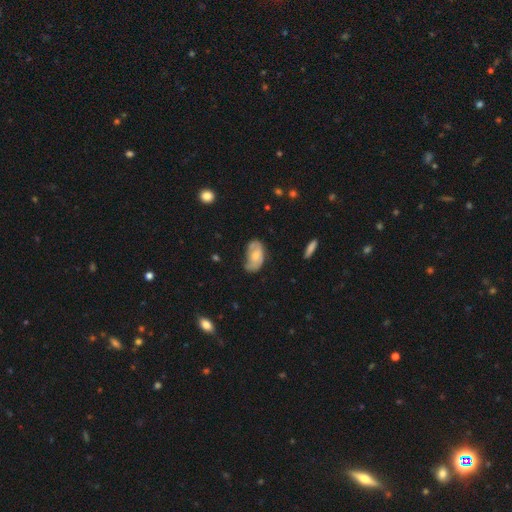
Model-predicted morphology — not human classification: Smooth or featured?
  - smooth: 54% *
  - featured or disk: 39%
  - star or artifact: 7%
How rounded?
  - in between: 92% *
  - round: 5%
  - cigar-shaped: 3%
Merging?
  - none: 45% *
  - minor disturbance: 37%
  - major disturbance: 15%
  - merger: 3%